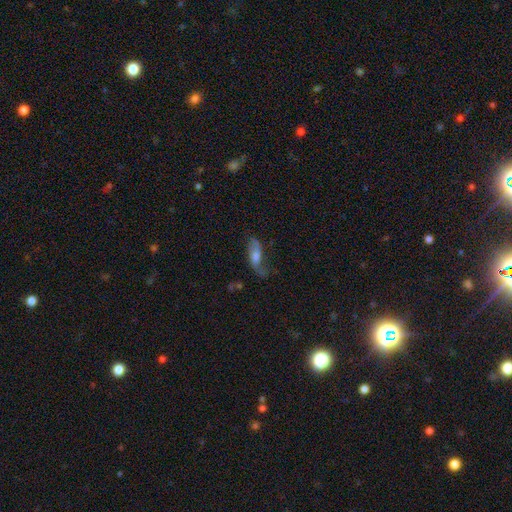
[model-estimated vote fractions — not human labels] Smooth or featured? featured or disk (57%)
Edge-on disk? no (82%)
Merging? none (50%)